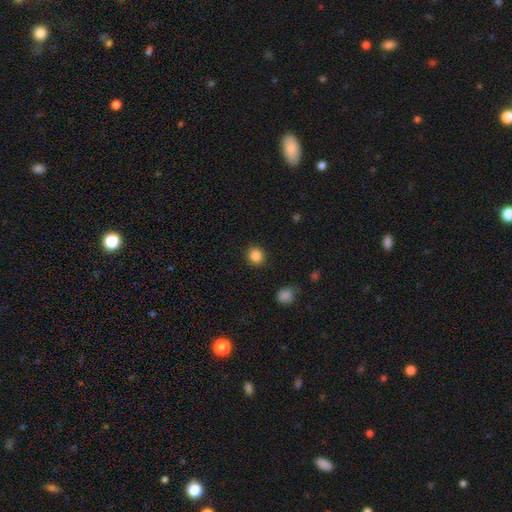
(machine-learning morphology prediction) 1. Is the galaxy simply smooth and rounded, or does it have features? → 85% smooth, 11% star or artifact, 4% featured or disk.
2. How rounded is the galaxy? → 89% round, 10% in between, 1% cigar-shaped.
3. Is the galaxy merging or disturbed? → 91% none, 6% minor disturbance, 2% major disturbance, 1% merger.